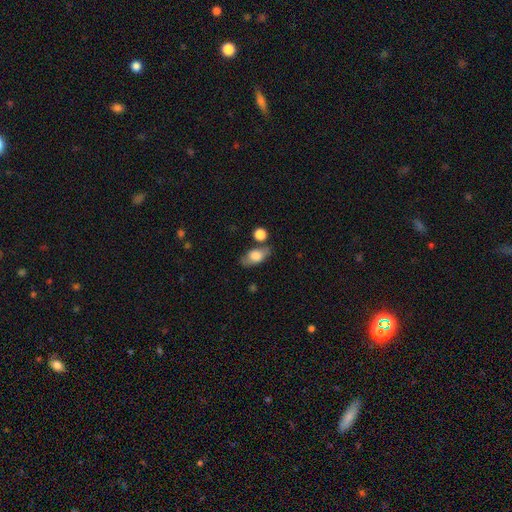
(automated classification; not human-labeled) A smooth galaxy with no disk features (69%) that is in between round and cigar-shaped (84%). Merging: none (68%).